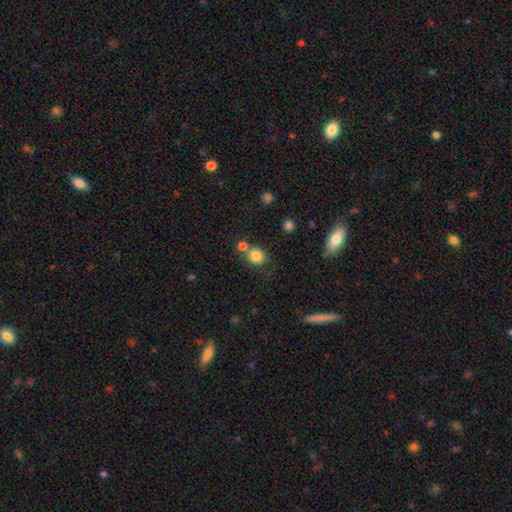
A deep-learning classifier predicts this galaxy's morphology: Smooth or featured? Predicted: smooth (p=0.82). How rounded? Predicted: round (p=0.80). Merging? Predicted: none (p=0.62).